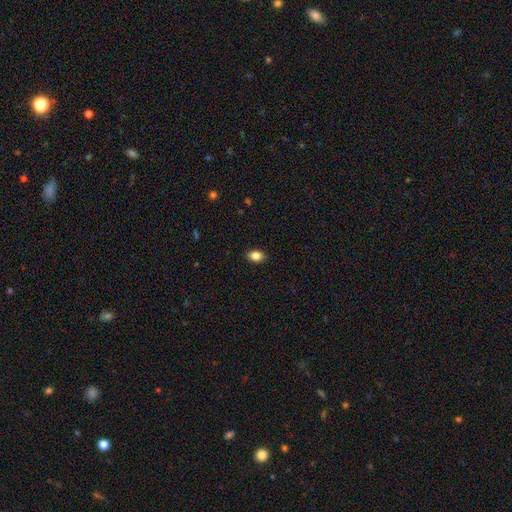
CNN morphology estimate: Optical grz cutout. It shows a smooth galaxy with no disk features (85%) that is in between round and cigar-shaped (83%). Merging: none (89%).